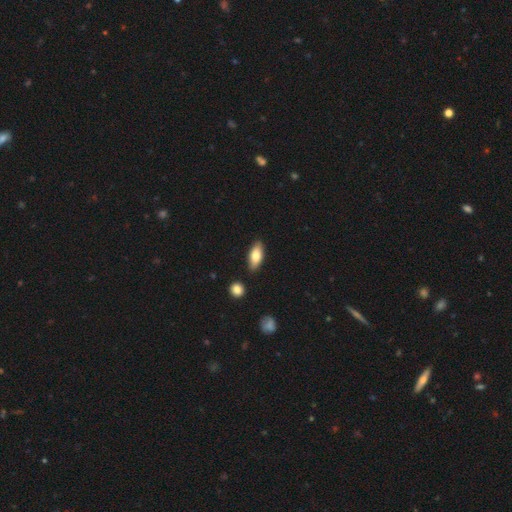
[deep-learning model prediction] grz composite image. It shows a smooth galaxy with no disk features (77%) that is in between round and cigar-shaped (82%). Merging: none (86%).